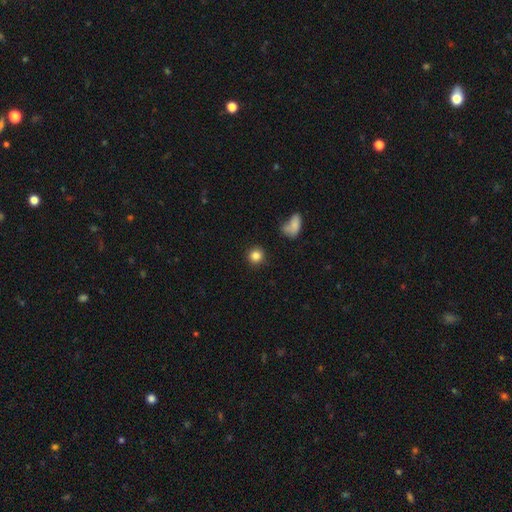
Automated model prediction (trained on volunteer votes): This is clearly a smooth galaxy (85%). How rounded: clearly round (91%). Merging: clearly none (88%).